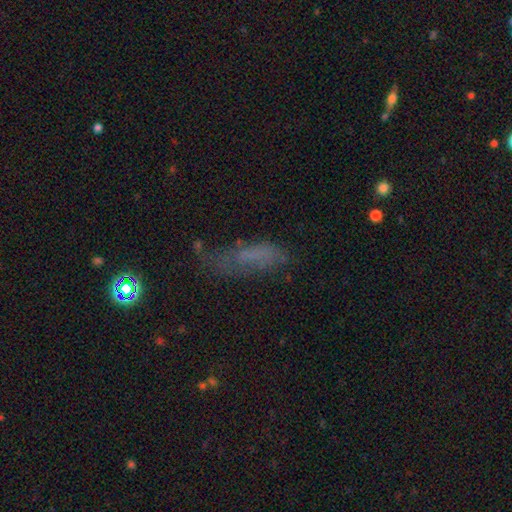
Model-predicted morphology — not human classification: smooth_or_featured: smooth (p=0.55) [alt: featured or disk p=0.27]
how_rounded: in between (p=0.52) [alt: cigar-shaped p=0.45]
merging: none (p=0.47) [alt: minor disturbance p=0.27]